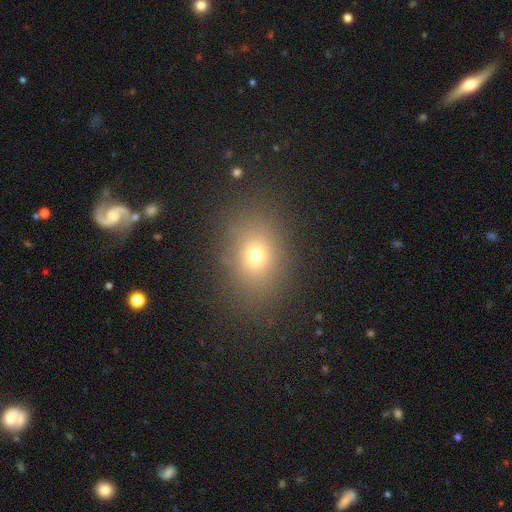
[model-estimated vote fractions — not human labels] A smooth galaxy with no disk features (69%) that is in between round and cigar-shaped (60%).

Vote fractions:
- Smooth or featured? smooth: 69% / star or artifact: 19% / featured or disk: 12%
- How rounded? in between: 60% / round: 39% / cigar-shaped: 1%
- Merging? none: 85% / minor disturbance: 9% / major disturbance: 5% / merger: 1%